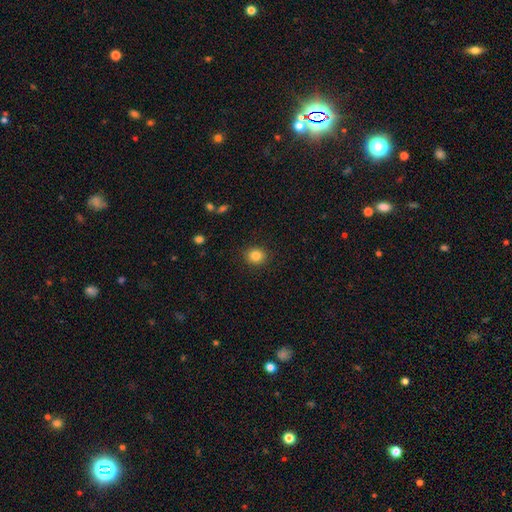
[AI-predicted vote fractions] Smooth or featured? smooth (85%)
How rounded? round (74%)
Merging? none (90%)